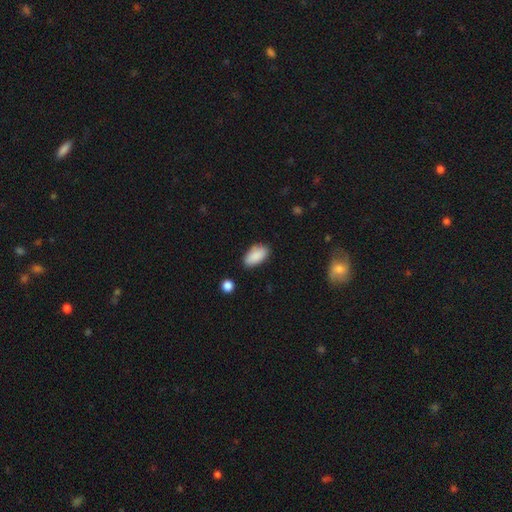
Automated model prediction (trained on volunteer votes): Overall: smooth (88%). How rounded: in between (93%). Merging: none (79%).